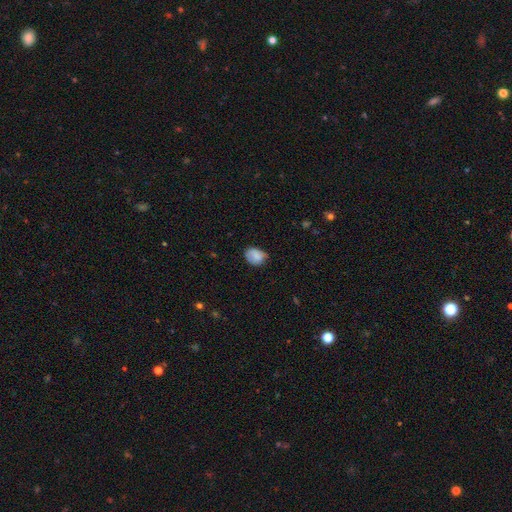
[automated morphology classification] Smooth or featured? Predicted: smooth (p=0.82). How rounded? Predicted: in between (p=0.62). Merging? Predicted: none (p=0.61).